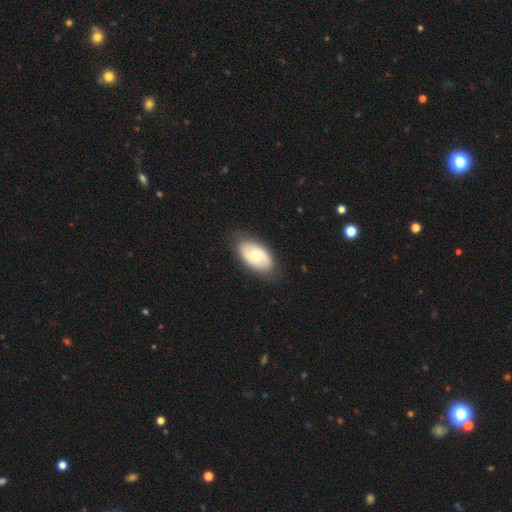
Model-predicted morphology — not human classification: smooth-or-featured: smooth: 57% | featured or disk: 38% | star or artifact: 5%
  how-rounded: in between: 93% | round: 5% | cigar-shaped: 1%
  merging: none: 83% | minor disturbance: 13% | major disturbance: 3% | merger: 1%